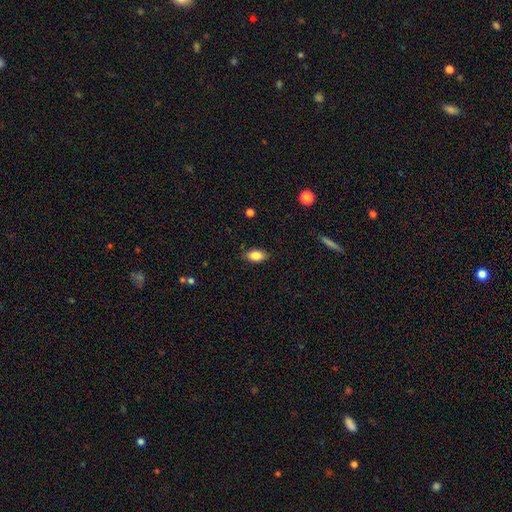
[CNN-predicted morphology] Q: Smooth or featured?
A: smooth (86%); runner-up: star or artifact (8%)
Q: How rounded?
A: in between (89%); runner-up: round (9%)
Q: Merging?
A: none (85%); runner-up: minor disturbance (12%)